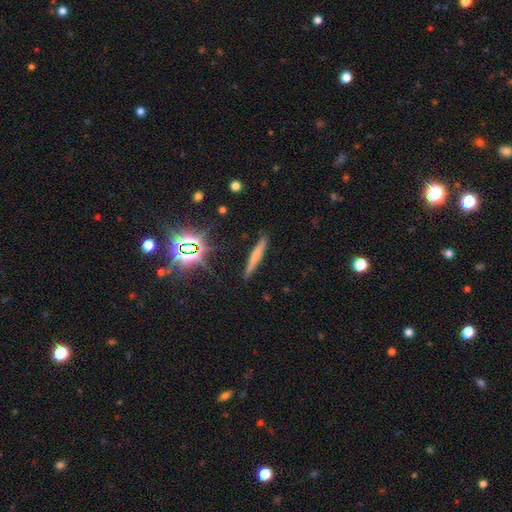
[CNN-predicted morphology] smooth_or_featured: smooth (p=0.57) [alt: featured or disk p=0.29]
how_rounded: cigar-shaped (p=0.93) [alt: in between p=0.05]
merging: none (p=0.87) [alt: minor disturbance p=0.09]